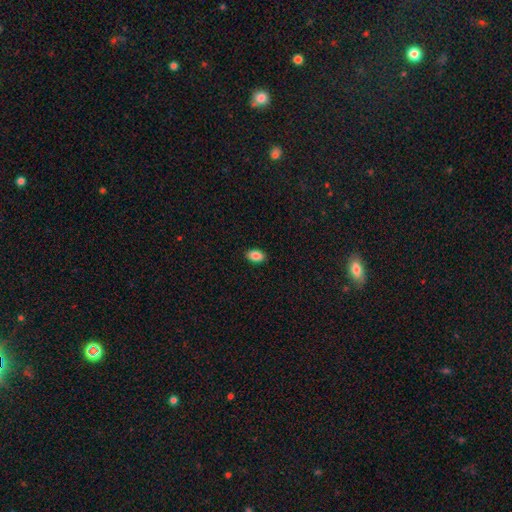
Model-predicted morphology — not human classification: Q: Smooth or featured?
A: smooth (87%); runner-up: star or artifact (8%)
Q: How rounded?
A: in between (91%); runner-up: round (8%)
Q: Merging?
A: none (90%); runner-up: minor disturbance (7%)